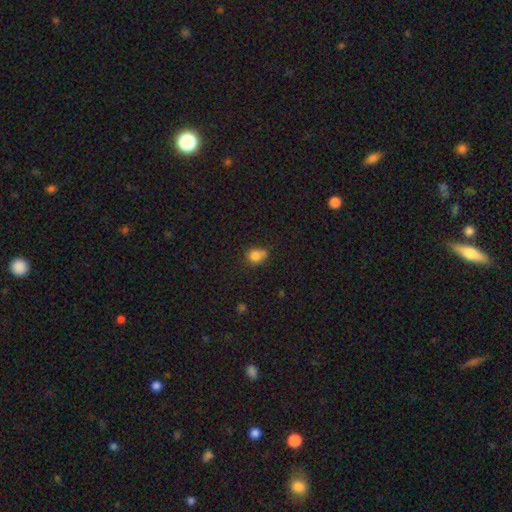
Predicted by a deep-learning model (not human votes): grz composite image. It shows a smooth galaxy with no disk features (82%) that is round (64%). Merging: none (51%).